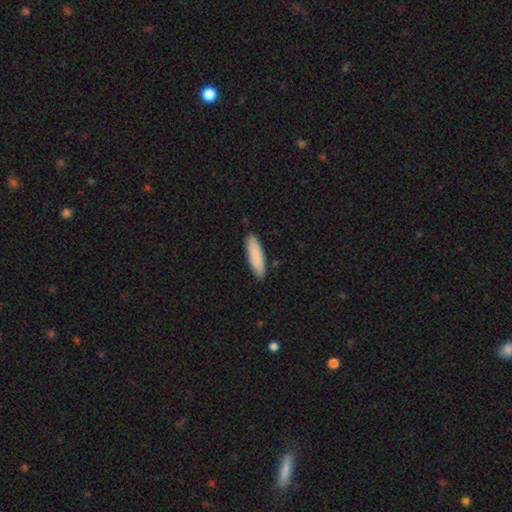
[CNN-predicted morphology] Overall: smooth (86%). How rounded: cigar-shaped (63%; in between 36%). Merging: none (88%).